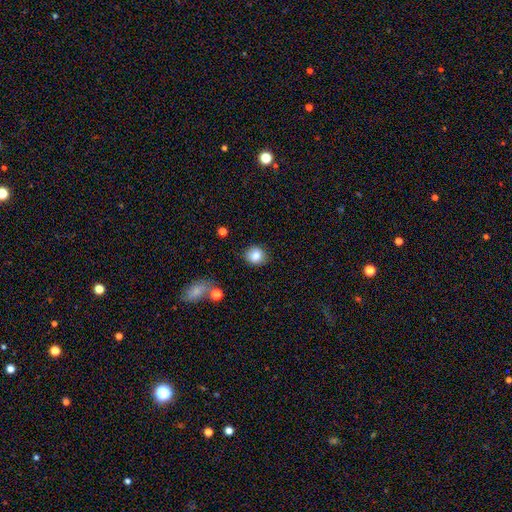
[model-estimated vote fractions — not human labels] Morphology: type=smooth (83%); roundness=round (80%); merging=none (83%).